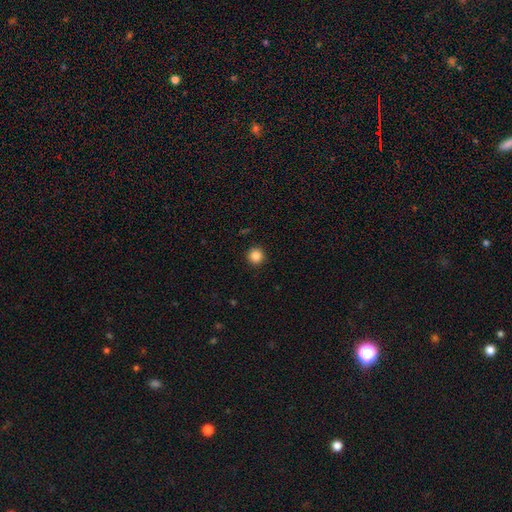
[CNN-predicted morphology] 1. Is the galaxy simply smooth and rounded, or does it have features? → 86% smooth, 11% star or artifact, 3% featured or disk.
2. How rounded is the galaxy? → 96% round, 3% in between, 1% cigar-shaped.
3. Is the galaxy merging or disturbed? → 93% none, 5% minor disturbance, 2% major disturbance, 1% merger.